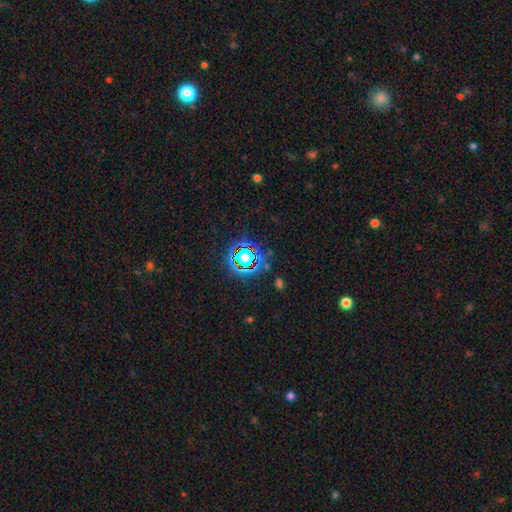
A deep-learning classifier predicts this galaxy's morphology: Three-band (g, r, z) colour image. It shows a star or artifact, not a galaxy (79%).